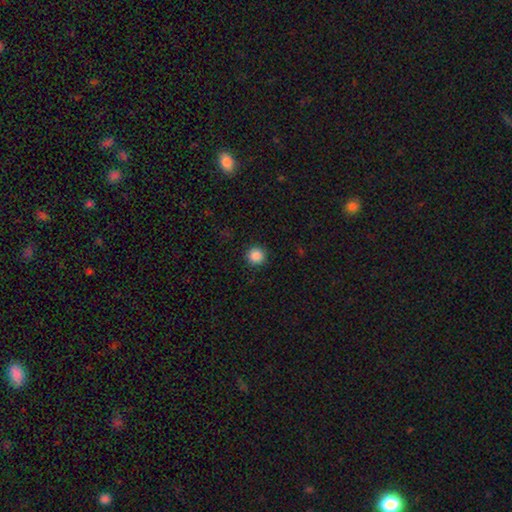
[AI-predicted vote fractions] smooth 87%, star or artifact 10%, featured or disk 3%. Down the decision tree: how rounded — round (95%); merging — none (92%).